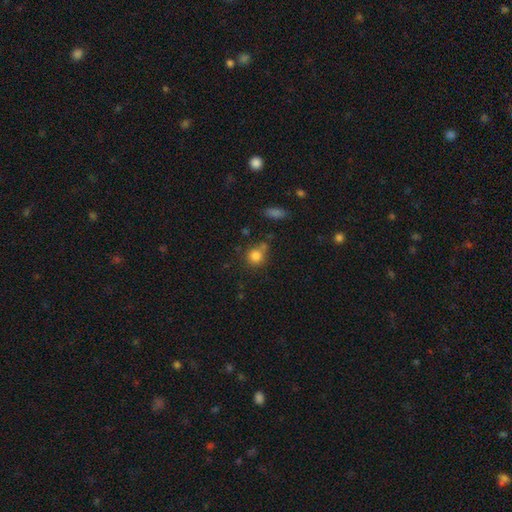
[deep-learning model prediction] A smooth galaxy with no disk features (82%) that is round (86%). Merging: none (64%).